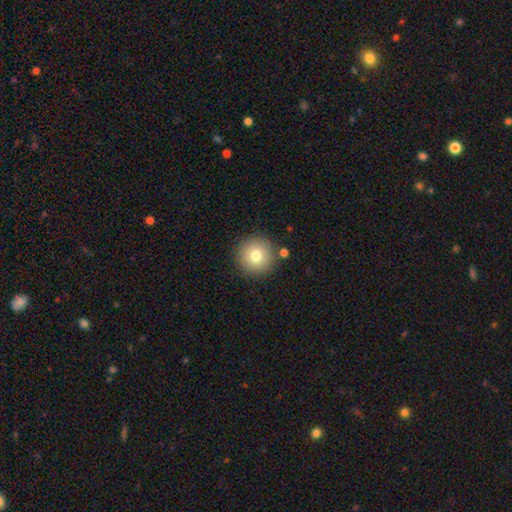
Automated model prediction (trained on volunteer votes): A smooth galaxy with no disk features (77%) that is round (96%). Merging: none (87%).